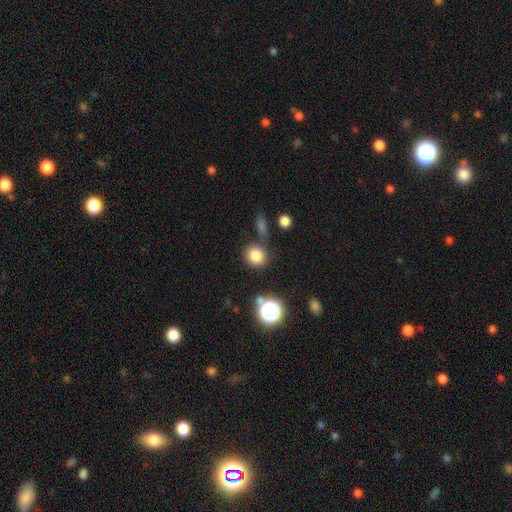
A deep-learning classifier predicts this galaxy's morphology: This appears to be a smooth galaxy with no disk features (81%) that is round (82%). Merging: none (77%).